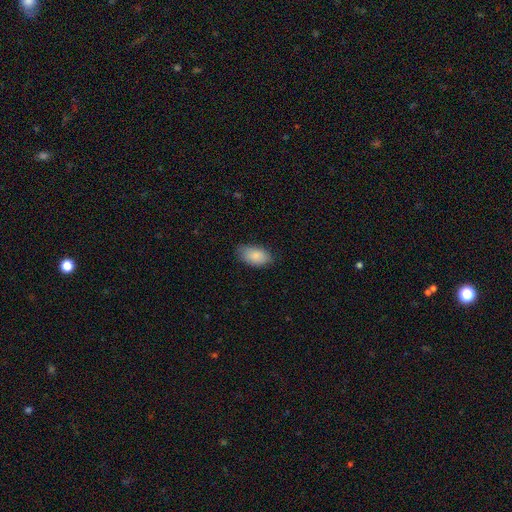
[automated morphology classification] A smooth galaxy with no disk features (87%) that is in between round and cigar-shaped (94%).

Vote fractions:
- Smooth or featured? smooth: 87% / featured or disk: 7% / star or artifact: 6%
- How rounded? in between: 94% / round: 5% / cigar-shaped: 2%
- Merging? none: 79% / minor disturbance: 17% / major disturbance: 3% / merger: 1%